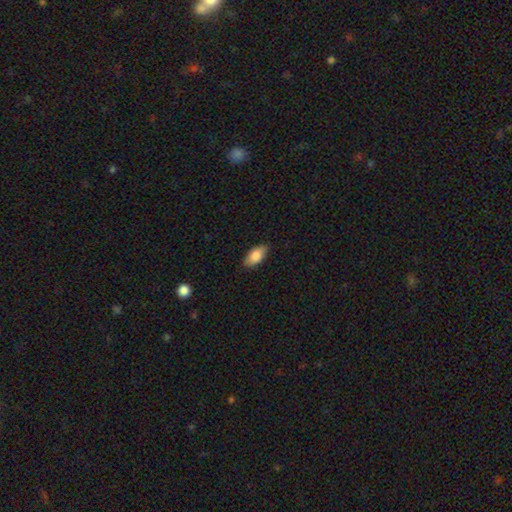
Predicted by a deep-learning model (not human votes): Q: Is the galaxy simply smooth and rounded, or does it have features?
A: smooth — 85%.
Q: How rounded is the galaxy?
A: in between — 92%.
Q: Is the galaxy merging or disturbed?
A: none — 85%.